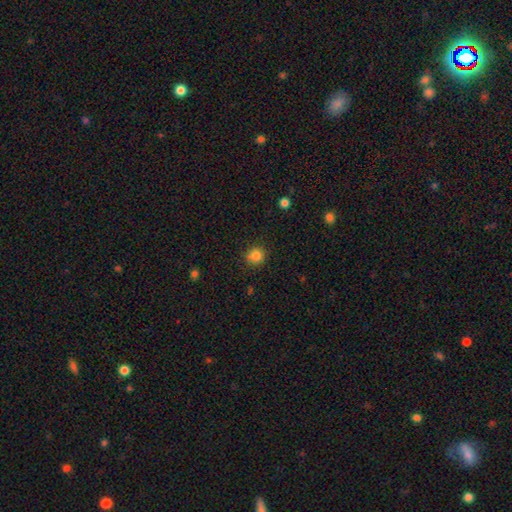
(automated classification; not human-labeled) A smooth galaxy with no disk features (84%) that is round (90%). Merging: none (89%).